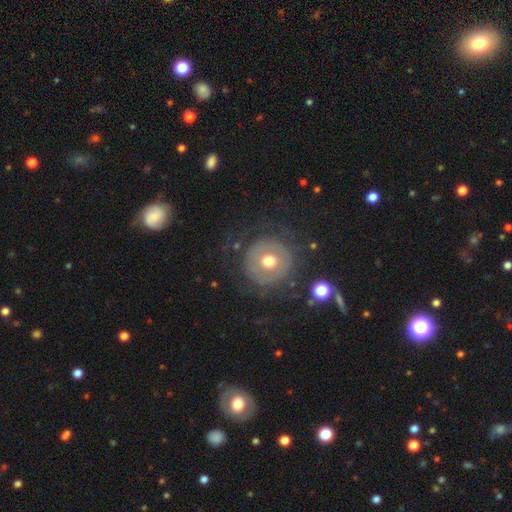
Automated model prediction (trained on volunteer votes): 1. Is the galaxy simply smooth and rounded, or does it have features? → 46% featured or disk, 43% smooth, 10% star or artifact.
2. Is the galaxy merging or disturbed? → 78% none, 11% minor disturbance, 9% major disturbance, 2% merger.